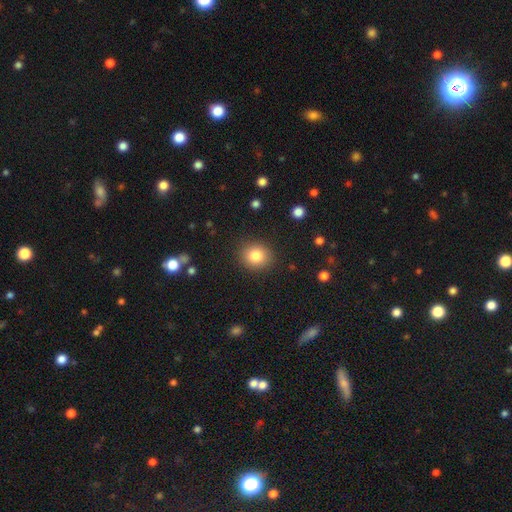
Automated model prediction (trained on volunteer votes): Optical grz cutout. It shows a smooth galaxy with no disk features (83%) that is round (76%). Merging: none (88%).